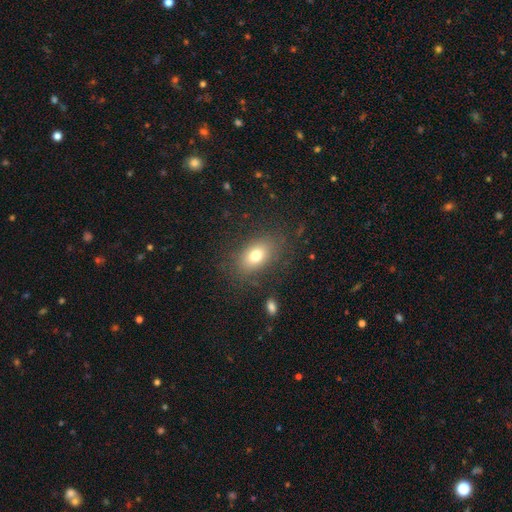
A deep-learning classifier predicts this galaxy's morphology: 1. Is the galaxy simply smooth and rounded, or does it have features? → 75% smooth, 14% featured or disk, 11% star or artifact.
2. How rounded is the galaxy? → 82% in between, 16% round, 2% cigar-shaped.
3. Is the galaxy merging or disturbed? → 81% none, 12% minor disturbance, 6% major disturbance, 2% merger.